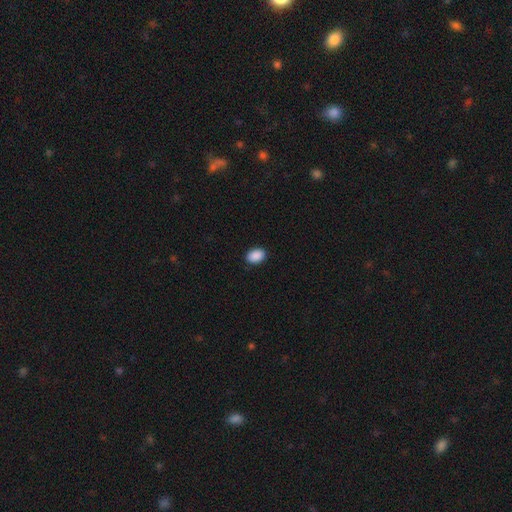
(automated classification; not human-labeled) A smooth galaxy with no disk features (90%) that is in between round and cigar-shaped (81%). Merging: none (89%).